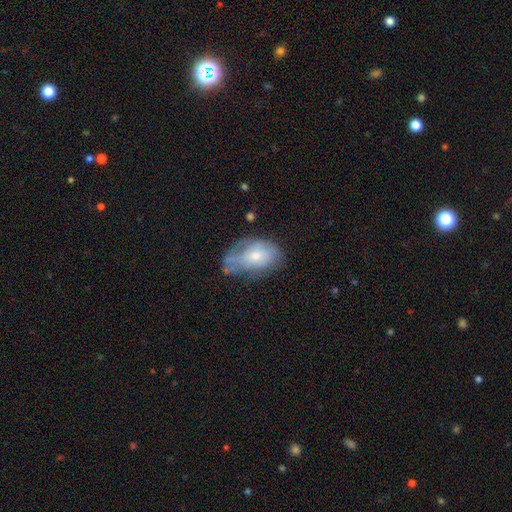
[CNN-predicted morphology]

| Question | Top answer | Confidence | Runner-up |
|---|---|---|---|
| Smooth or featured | smooth | 51% | featured or disk (41%) |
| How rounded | in between | 87% | round (11%) |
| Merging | none | 41% | minor disturbance (34%) |